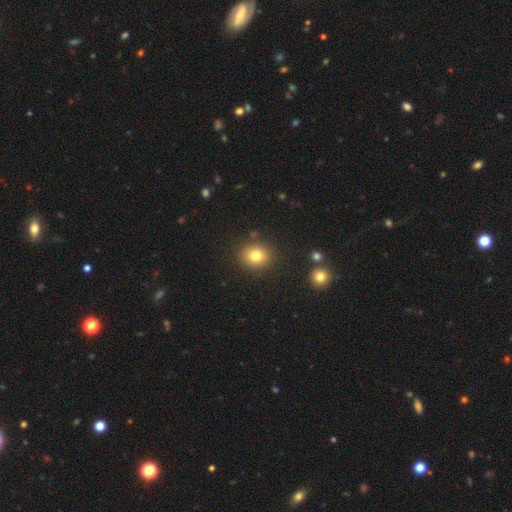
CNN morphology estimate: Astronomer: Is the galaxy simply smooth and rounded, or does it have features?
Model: smooth — 79%.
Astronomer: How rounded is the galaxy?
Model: round — 73%.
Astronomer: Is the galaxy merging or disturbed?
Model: none — 87%.